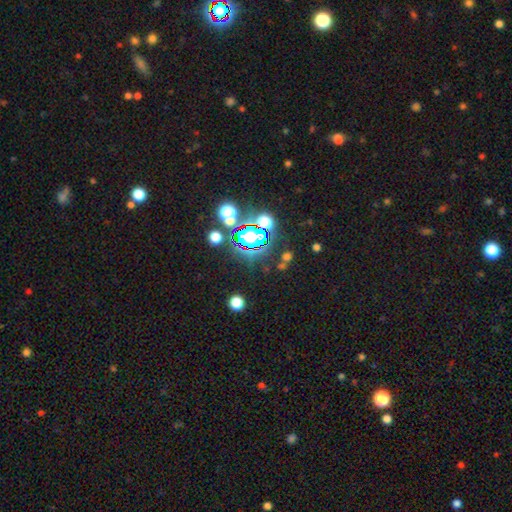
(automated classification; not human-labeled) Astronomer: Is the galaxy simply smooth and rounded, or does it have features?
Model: star or artifact — 82%.